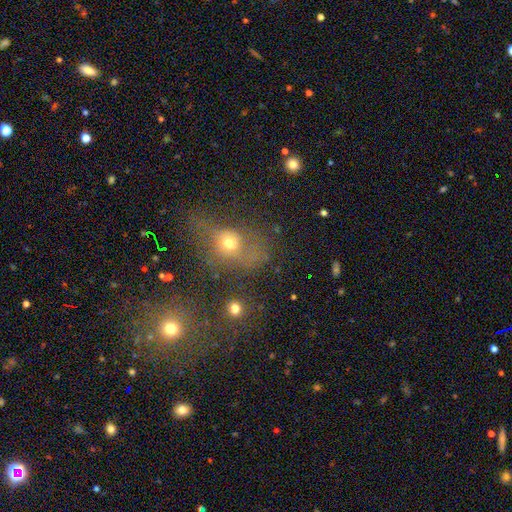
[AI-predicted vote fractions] A smooth galaxy with no disk features (52%) that is round (52%). Merging: none (39%).